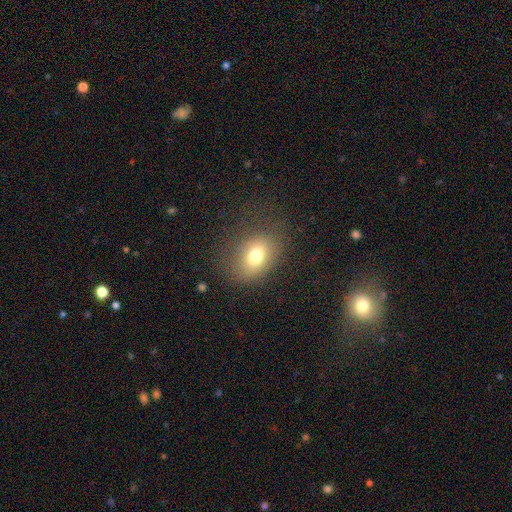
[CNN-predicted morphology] Smooth or featured?
  - smooth: 73% *
  - featured or disk: 14%
  - star or artifact: 12%
How rounded?
  - in between: 65% *
  - round: 34%
  - cigar-shaped: 1%
Merging?
  - none: 72% *
  - minor disturbance: 16%
  - major disturbance: 11%
  - merger: 1%